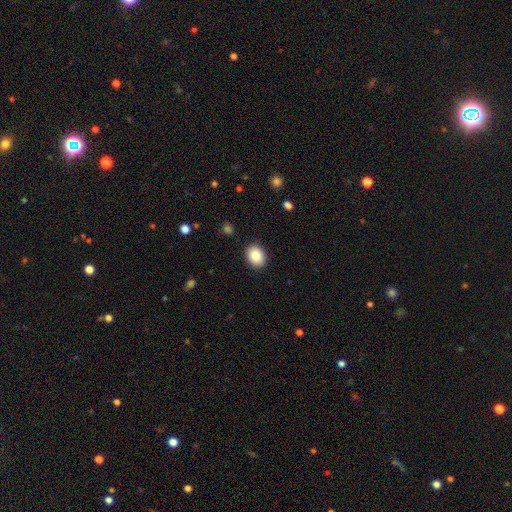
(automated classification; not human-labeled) The model was most divided on "how rounded": round: 50%, in between: 49%, cigar-shaped: 1%. More confident: merging — none (91%); smooth or featured — smooth (84%).